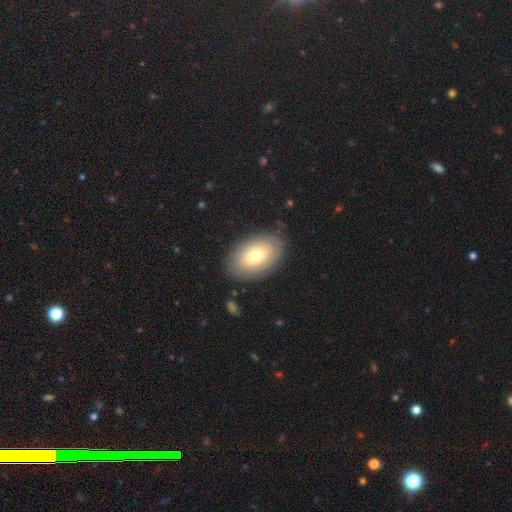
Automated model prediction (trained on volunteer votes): Overall: smooth (71%). How rounded: in between (87%). Merging: none (84%).